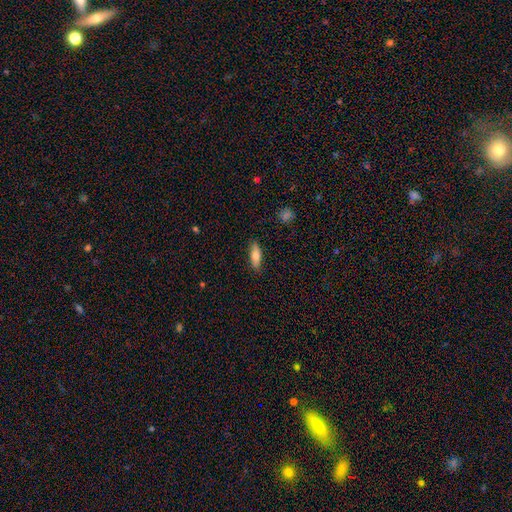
smooth-or-featured: smooth: 77% | featured or disk: 21% | star or artifact: 3%
  how-rounded: in between: 60% | cigar-shaped: 40% | round: 0%
  merging: none: 87% | minor disturbance: 8% | major disturbance: 3% | merger: 3%